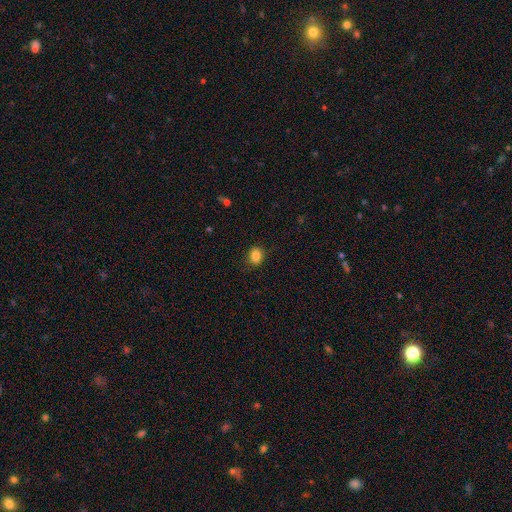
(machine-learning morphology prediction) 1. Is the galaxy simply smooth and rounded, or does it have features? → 86% smooth, 10% star or artifact, 4% featured or disk.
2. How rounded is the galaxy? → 52% round, 47% in between, 1% cigar-shaped.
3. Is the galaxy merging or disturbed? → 87% none, 10% minor disturbance, 3% major disturbance, 1% merger.